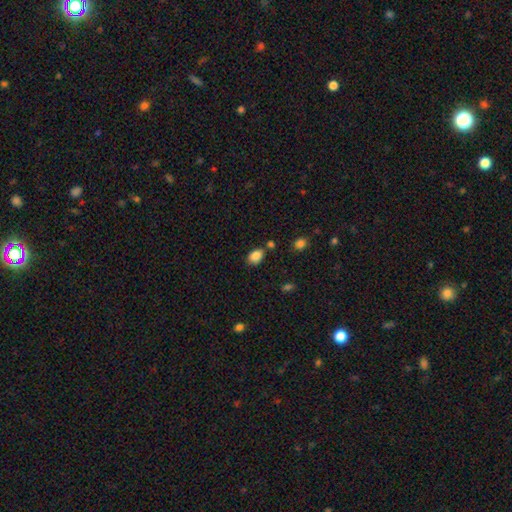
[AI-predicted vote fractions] A smooth galaxy with no disk features (85%) that is in between round and cigar-shaped (78%).

Vote fractions:
- Smooth or featured? smooth: 85% / star or artifact: 9% / featured or disk: 6%
- How rounded? in between: 78% / round: 21% / cigar-shaped: 1%
- Merging? none: 75% / minor disturbance: 14% / merger: 7% / major disturbance: 3%